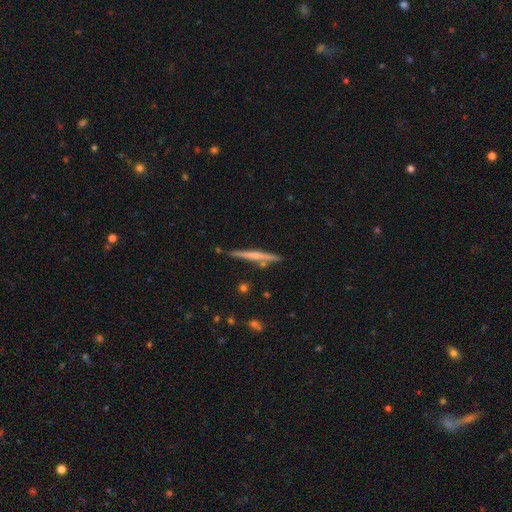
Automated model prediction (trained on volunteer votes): Morphology: type=featured or disk (55%); edge-on=yes (97%); edge-on bulge=none (58%); merging=none (84%).